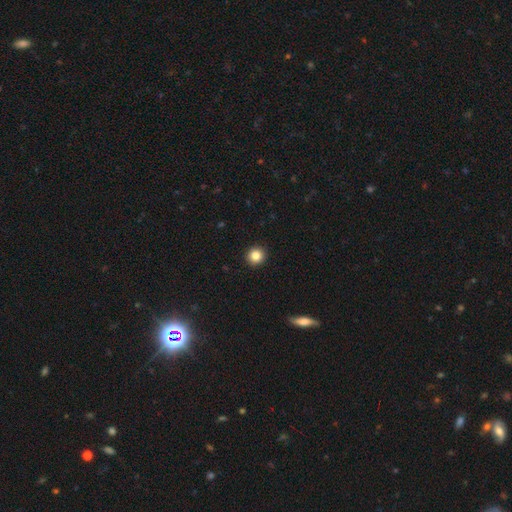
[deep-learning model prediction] Smooth or featured? smooth (85%)
How rounded? round (94%)
Merging? none (93%)